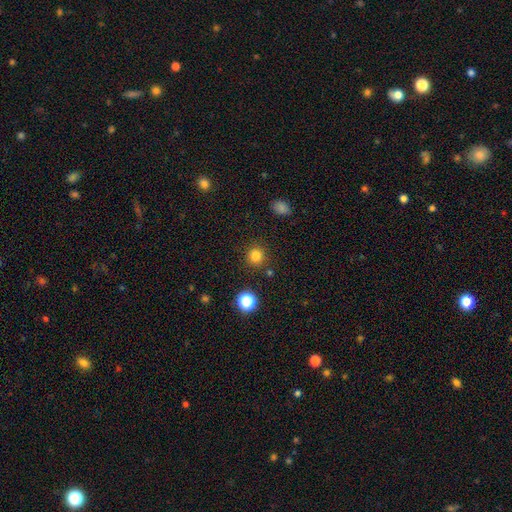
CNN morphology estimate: Smooth or featured? smooth (81%)
How rounded? round (93%)
Merging? none (87%)